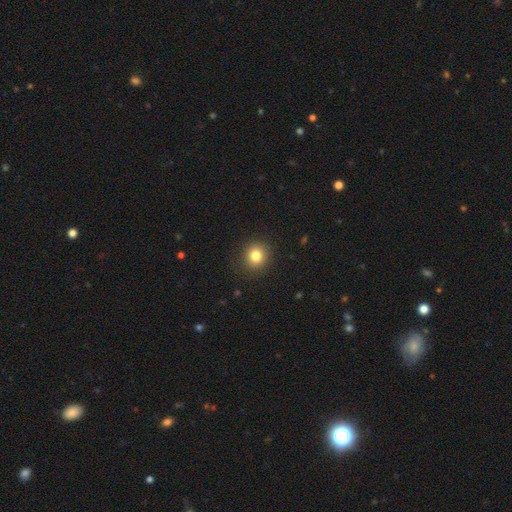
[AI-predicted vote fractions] smooth_or_featured: smooth (p=0.82) [alt: star or artifact p=0.11]
how_rounded: round (p=0.87) [alt: in between p=0.12]
merging: none (p=0.90) [alt: minor disturbance p=0.07]